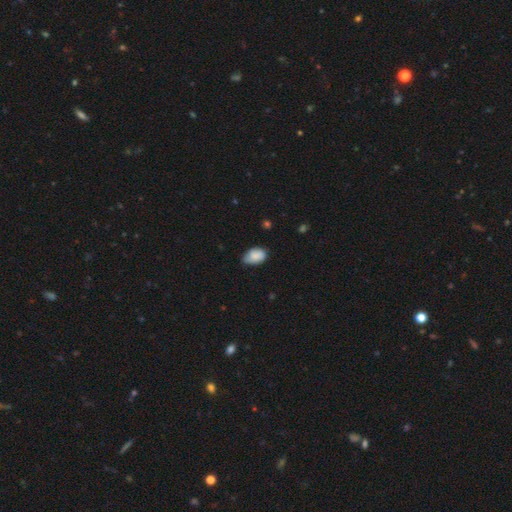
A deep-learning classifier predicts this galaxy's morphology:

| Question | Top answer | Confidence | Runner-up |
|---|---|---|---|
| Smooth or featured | smooth | 84% | featured or disk (9%) |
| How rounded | in between | 89% | round (10%) |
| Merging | none | 56% | minor disturbance (37%) |